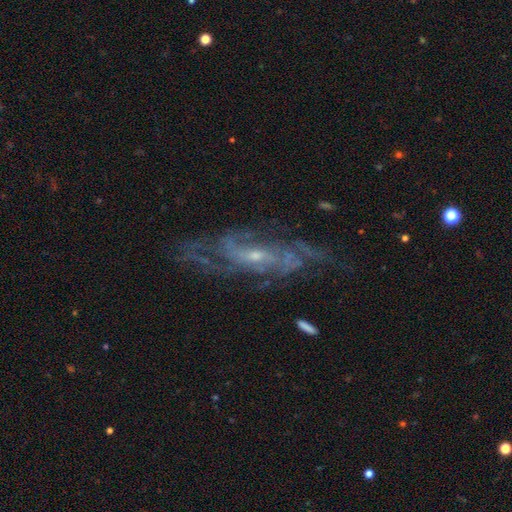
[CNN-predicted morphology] Smooth or featured? featured or disk (84%)
Edge-on disk? no (85%)
Bar? no (46%)
Spiral arms? yes (93%)
Spiral winding? medium (46%)
Spiral arm count? 2 (33%)
Bulge size? small (69%)
Merging? none (70%)